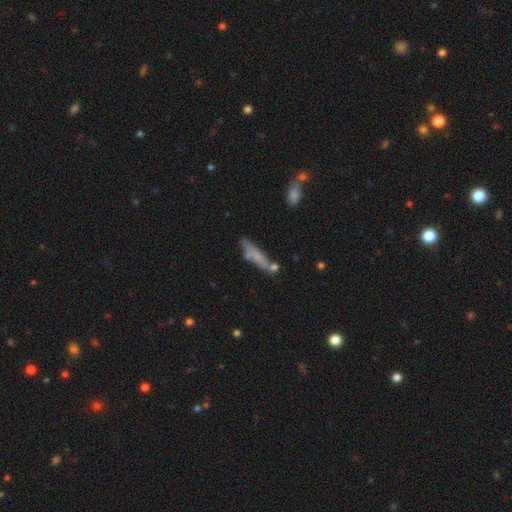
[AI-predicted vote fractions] smooth 66%, featured or disk 26%, star or artifact 8%. Down the decision tree: how rounded — cigar-shaped (84%); merging — none (64%).